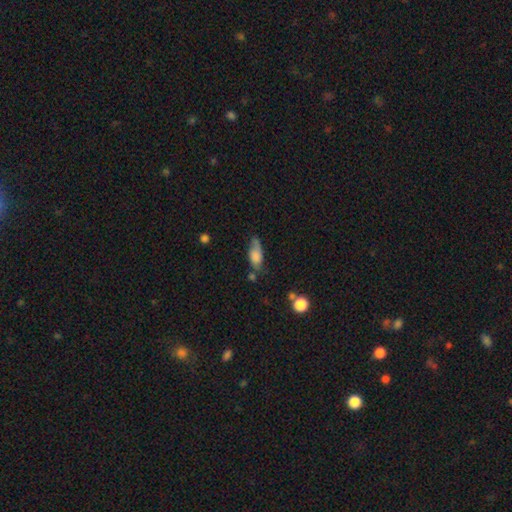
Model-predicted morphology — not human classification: This is likely a smooth galaxy (70%). How rounded: likely in between (78%). Merging: marginally none (44%).